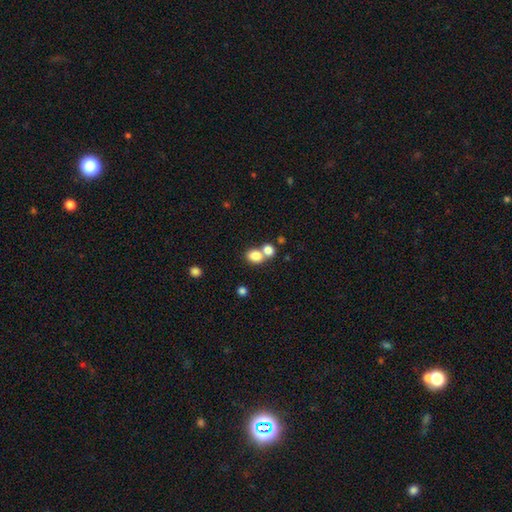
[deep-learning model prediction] Q: Smooth or featured?
A: smooth (81%); runner-up: star or artifact (10%)
Q: How rounded?
A: in between (53%); runner-up: round (46%)
Q: Merging?
A: merger (50%); runner-up: none (39%)